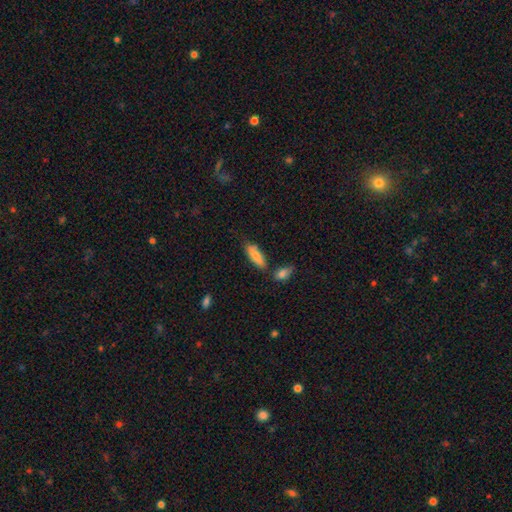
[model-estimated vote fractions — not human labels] Smooth or featured? Predicted: smooth (p=0.83). How rounded? Predicted: in between (p=0.55). Merging? Predicted: none (p=0.70).